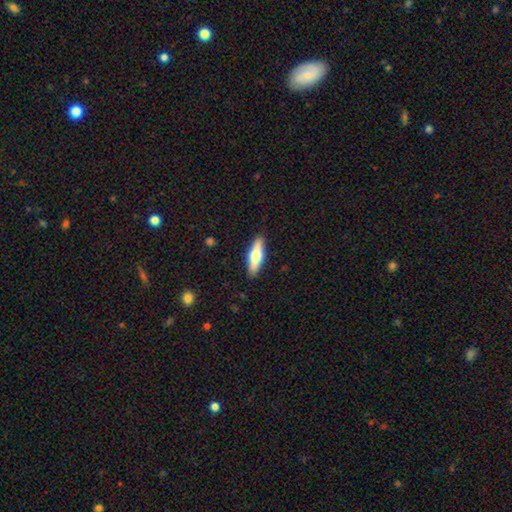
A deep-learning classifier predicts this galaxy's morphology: Smooth or featured?
  - smooth: 51% *
  - featured or disk: 43%
  - star or artifact: 6%
How rounded?
  - cigar-shaped: 55% *
  - in between: 43%
  - round: 3%
Merging?
  - none: 90% *
  - minor disturbance: 8%
  - major disturbance: 2%
  - merger: 1%